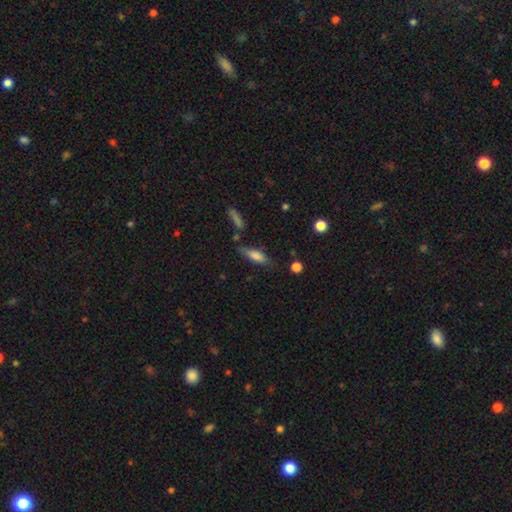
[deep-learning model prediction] This is likely a smooth galaxy (72%). How rounded: possibly cigar-shaped (50%). Merging: likely none (70%).